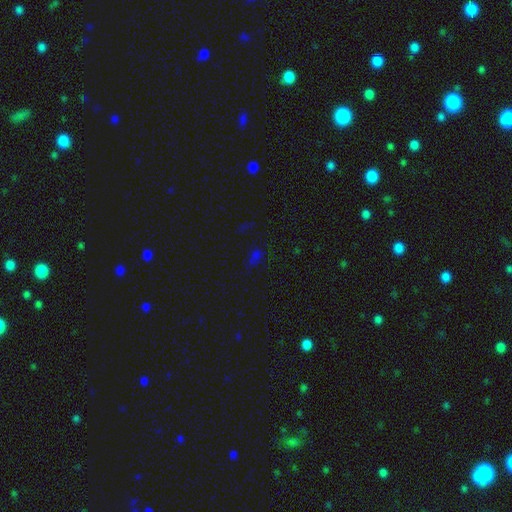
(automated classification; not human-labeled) Smooth or featured? Predicted: star or artifact (p=0.48).